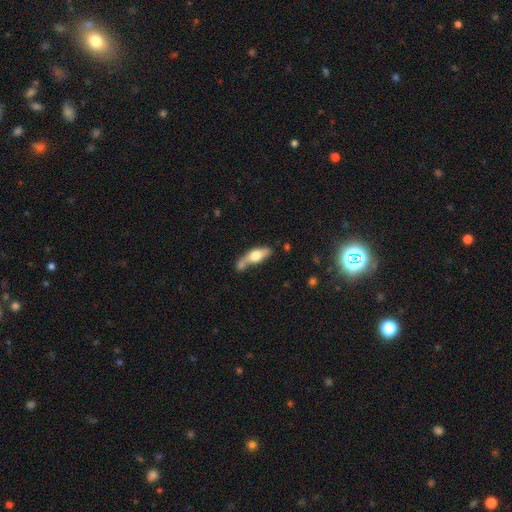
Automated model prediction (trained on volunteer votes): Q: Smooth or featured?
A: smooth (59%); runner-up: featured or disk (34%)
Q: How rounded?
A: in between (63%); runner-up: cigar-shaped (33%)
Q: Merging?
A: none (38%); runner-up: merger (34%)